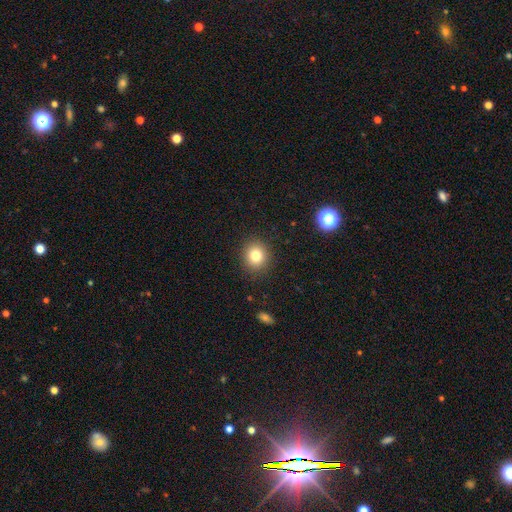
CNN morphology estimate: The model was most divided on "how rounded": round: 80%, in between: 19%, cigar-shaped: 1%. More confident: merging — none (89%); smooth or featured — smooth (81%).